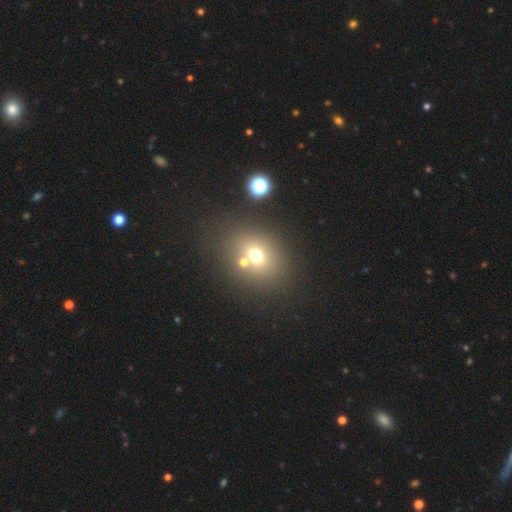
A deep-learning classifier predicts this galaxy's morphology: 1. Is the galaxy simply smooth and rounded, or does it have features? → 65% smooth, 21% star or artifact, 14% featured or disk.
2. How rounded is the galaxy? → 63% round, 36% in between, 1% cigar-shaped.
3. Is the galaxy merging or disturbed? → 62% none, 22% merger, 10% minor disturbance, 5% major disturbance.